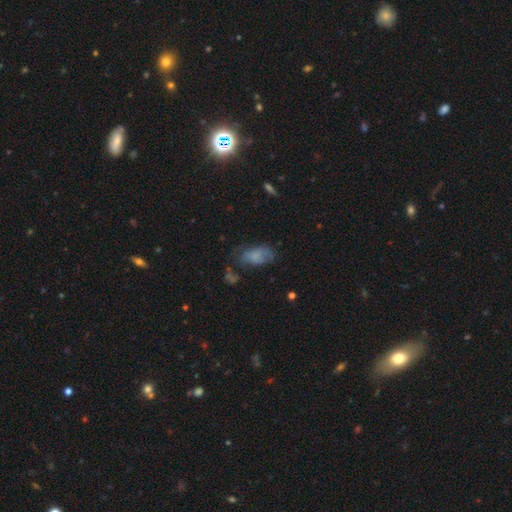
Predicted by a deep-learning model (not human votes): Q: Smooth or featured?
A: smooth (62%); runner-up: featured or disk (27%)
Q: How rounded?
A: in between (91%); runner-up: round (5%)
Q: Merging?
A: none (41%); runner-up: minor disturbance (29%)